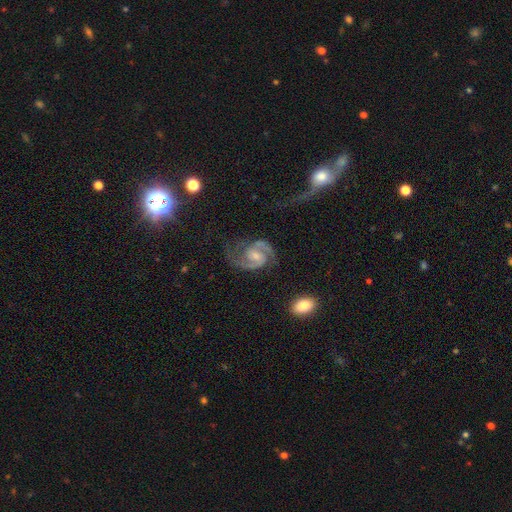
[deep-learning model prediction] smooth-or-featured: featured or disk: 90% | star or artifact: 5% | smooth: 5%
  disk-edge-on: no: 98% | yes: 2%
    bar: weak: 48% | no: 40% | strong: 12%
    has-spiral-arms: yes: 98% | no: 2%
      spiral-winding: medium: 61% | tight: 23% | loose: 17%
      spiral-arm-count: 2: 93% | can't tell: 2% | 3: 2% | 1: 1% | 4: 1% | more than 4: 1%
    bulge-size: moderate: 43% | small: 42% | none: 9% | large: 5% | dominant: 1%
  merging: none: 69% | minor disturbance: 17% | major disturbance: 11% | merger: 3%